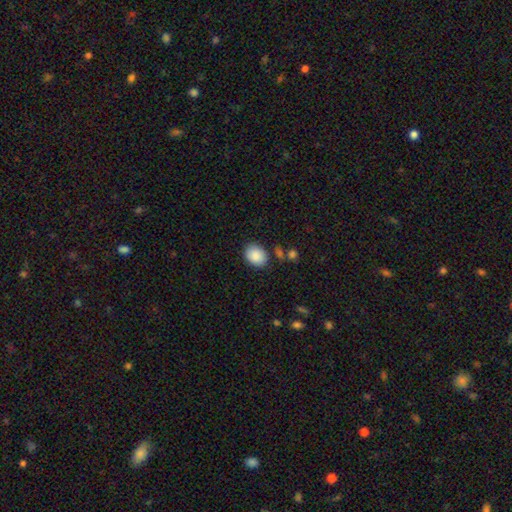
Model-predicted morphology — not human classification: type=smooth (88%); roundness=in between (55%); merging=none (83%).